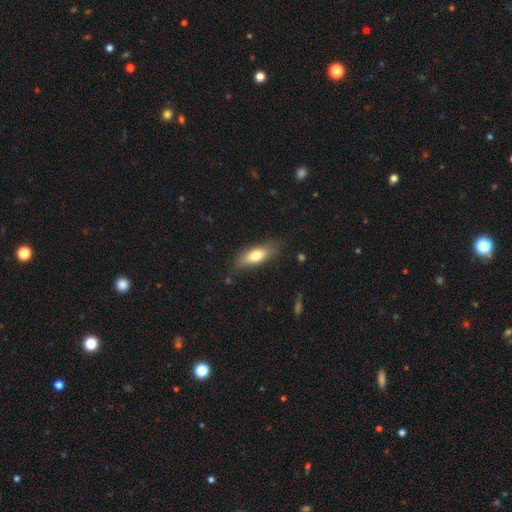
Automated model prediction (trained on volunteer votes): This is likely a smooth galaxy (71%). How rounded: likely in between (61%). Merging: likely none (77%).